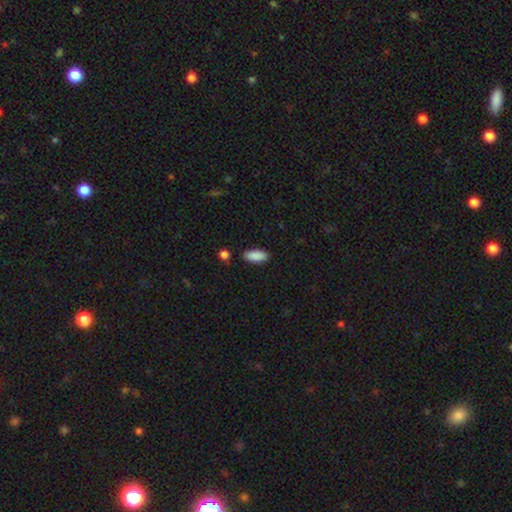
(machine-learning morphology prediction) A smooth galaxy with no disk features (89%) that is in between round and cigar-shaped (83%).

Vote fractions:
- Smooth or featured? smooth: 89% / star or artifact: 7% / featured or disk: 4%
- How rounded? in between: 83% / cigar-shaped: 16% / round: 2%
- Merging? none: 86% / minor disturbance: 10% / merger: 2% / major disturbance: 2%